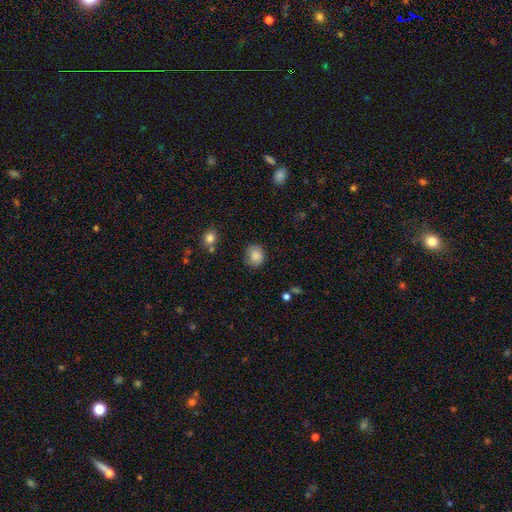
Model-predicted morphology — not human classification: smooth 85%, star or artifact 8%, featured or disk 7%. Down the decision tree: how rounded — round (75%); merging — none (74%).